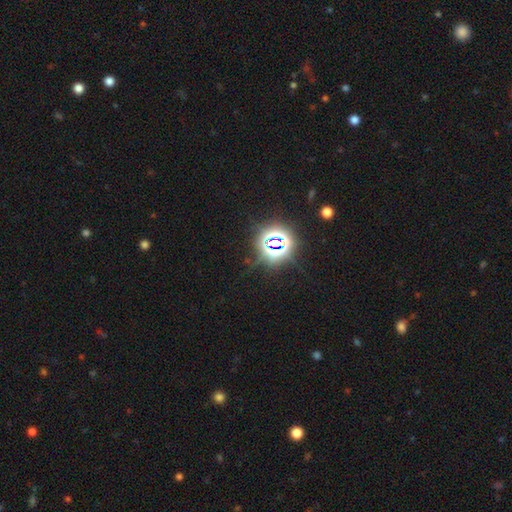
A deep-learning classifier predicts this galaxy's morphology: Smooth or featured? Predicted: star or artifact (p=0.84).